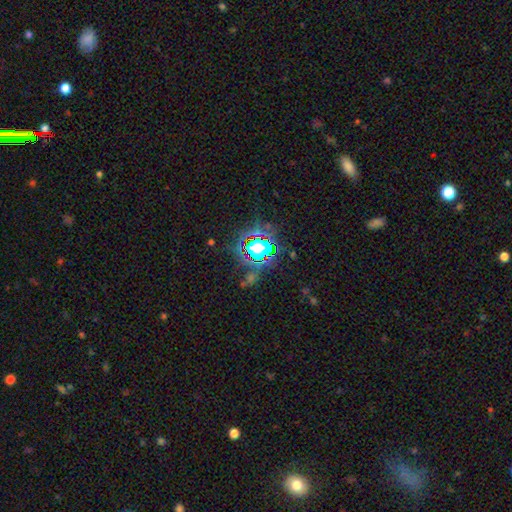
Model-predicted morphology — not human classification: Smooth or featured?
  - star or artifact: 69% *
  - smooth: 20%
  - featured or disk: 11%